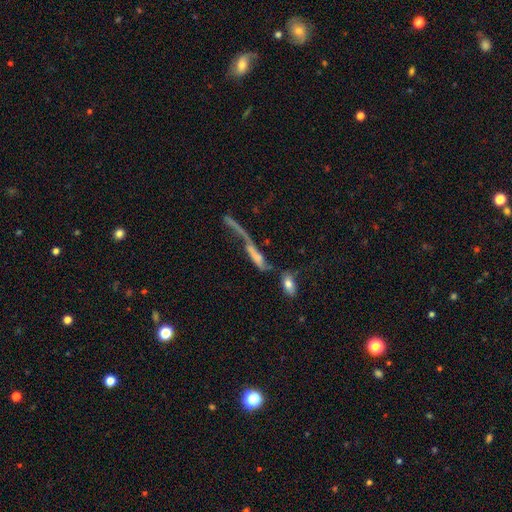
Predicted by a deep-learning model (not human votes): smooth-or-featured: featured or disk: 49% | smooth: 38% | star or artifact: 13%
  merging: merger: 39% | major disturbance: 31% | none: 20% | minor disturbance: 10%